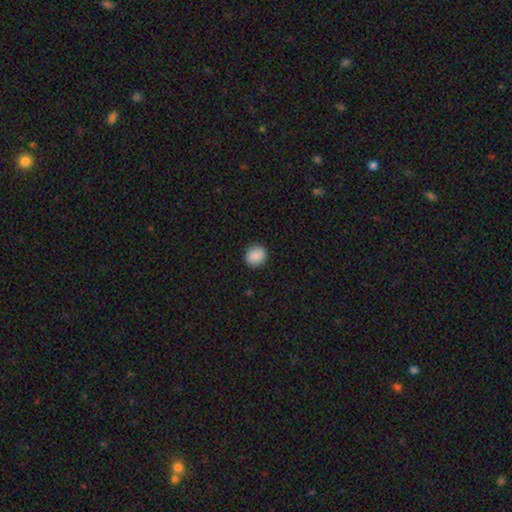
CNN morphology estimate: This appears to be a smooth galaxy with no disk features (89%) that is round (80%). Merging: none (91%).